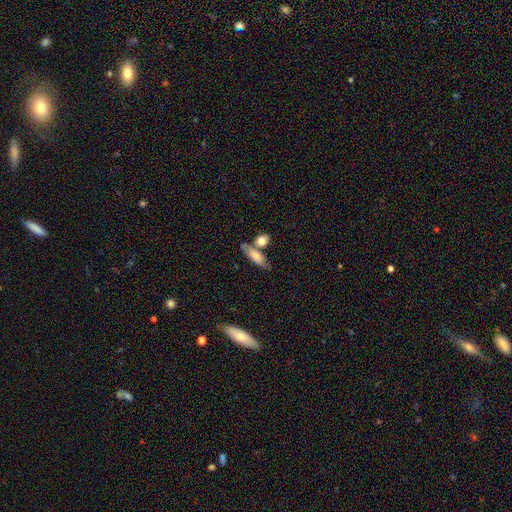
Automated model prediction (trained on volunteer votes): This appears to be a smooth galaxy with no disk features (69%) that is in between round and cigar-shaped (62%). Merging: none (53%).